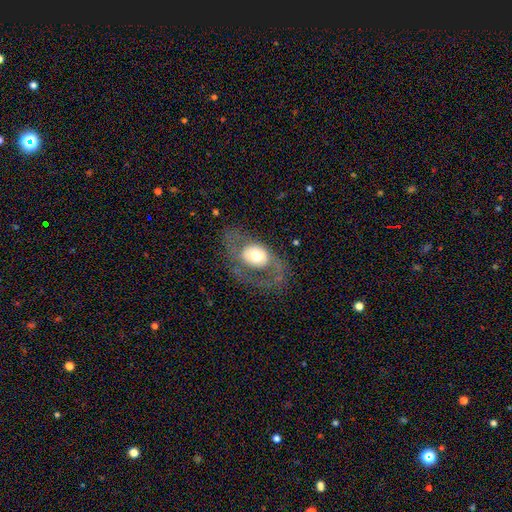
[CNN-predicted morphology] Smooth or featured?
  - featured or disk: 53% *
  - smooth: 40%
  - star or artifact: 7%
Edge-on disk?
  - no: 92% *
  - yes: 8%
Merging?
  - none: 53% *
  - major disturbance: 27%
  - minor disturbance: 18%
  - merger: 2%